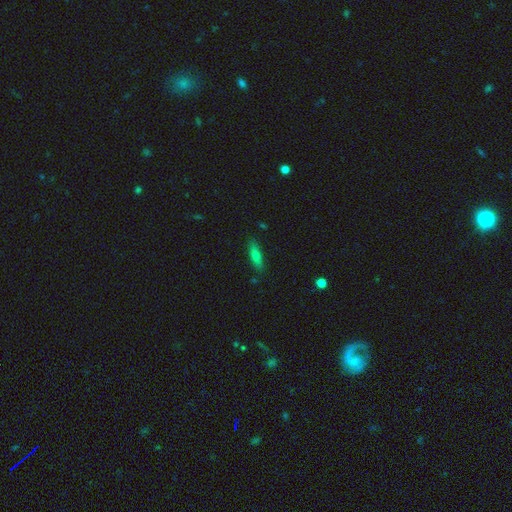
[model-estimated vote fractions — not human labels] smooth_or_featured: smooth (p=0.66) [alt: featured or disk p=0.26]
how_rounded: cigar-shaped (p=0.60) [alt: in between p=0.37]
merging: none (p=0.84) [alt: minor disturbance p=0.12]